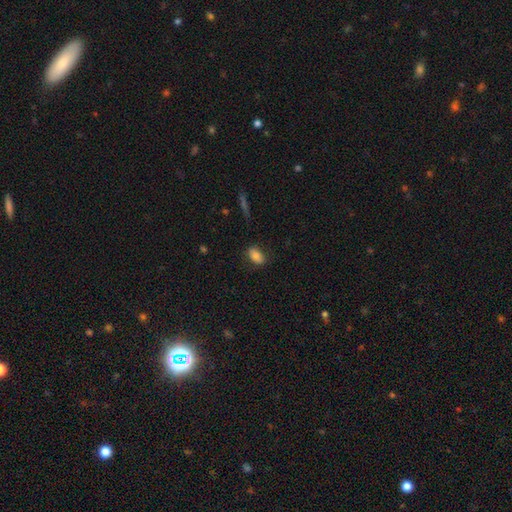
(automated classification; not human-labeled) This is clearly a smooth galaxy (83%). How rounded: clearly in between (89%). Merging: likely none (79%).